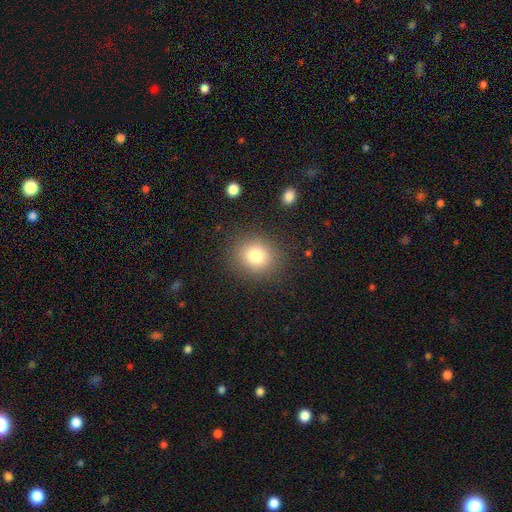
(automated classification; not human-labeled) This appears to be a smooth galaxy with no disk features (78%) that is round (78%). Merging: none (86%).